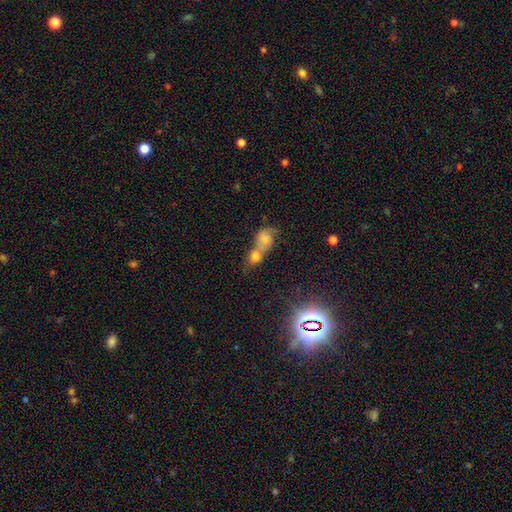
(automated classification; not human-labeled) Overall: star or artifact (48%; smooth 36%).